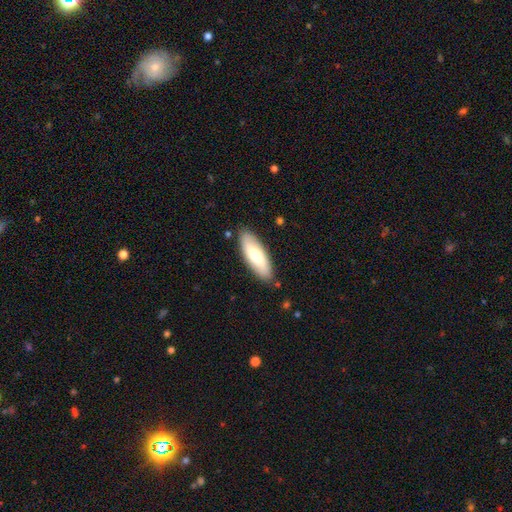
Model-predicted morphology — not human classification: The model was most divided on "how rounded": in between: 65%, cigar-shaped: 33%, round: 2%. More confident: merging — none (86%); smooth or featured — smooth (71%).